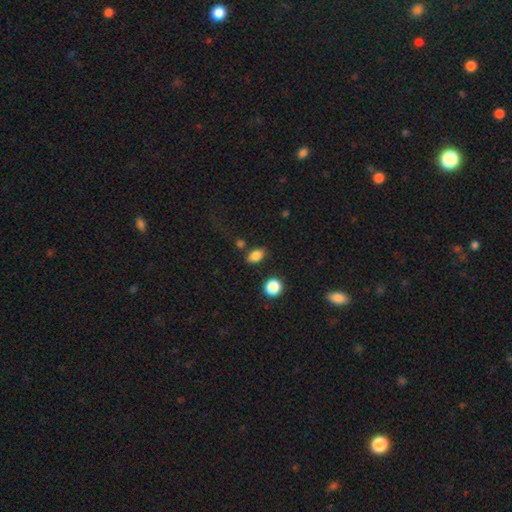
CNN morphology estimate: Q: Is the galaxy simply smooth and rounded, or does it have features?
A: smooth — 84%.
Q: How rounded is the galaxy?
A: in between — 80%.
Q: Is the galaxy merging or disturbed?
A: none — 80%.